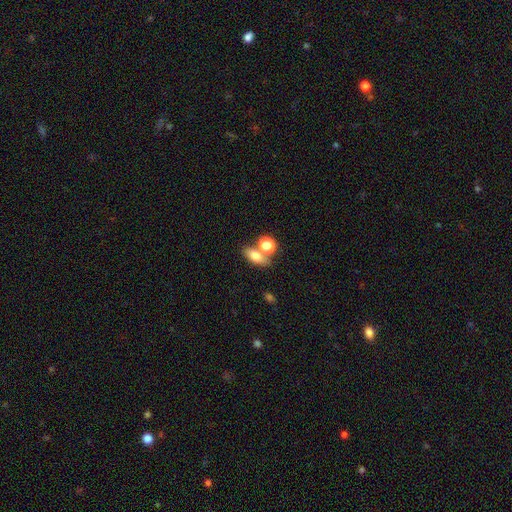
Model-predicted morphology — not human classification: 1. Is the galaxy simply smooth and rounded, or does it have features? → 75% smooth, 15% featured or disk, 11% star or artifact.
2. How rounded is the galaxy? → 71% in between, 21% round, 9% cigar-shaped.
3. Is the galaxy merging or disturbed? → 52% none, 32% merger, 11% minor disturbance, 4% major disturbance.